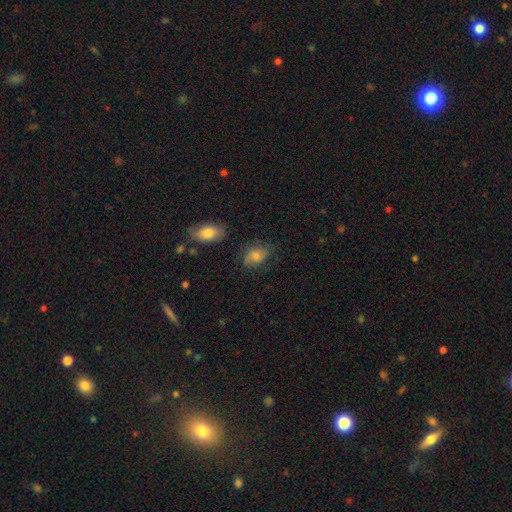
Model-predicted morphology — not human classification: This is likely a smooth galaxy (74%). How rounded: likely in between (77%). Merging: possibly none (60%).